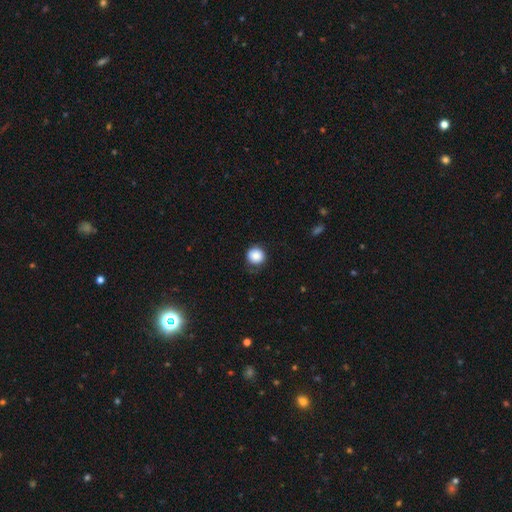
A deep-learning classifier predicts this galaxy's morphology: Smooth or featured? Predicted: smooth (p=0.85). How rounded? Predicted: round (p=0.93). Merging? Predicted: none (p=0.81).